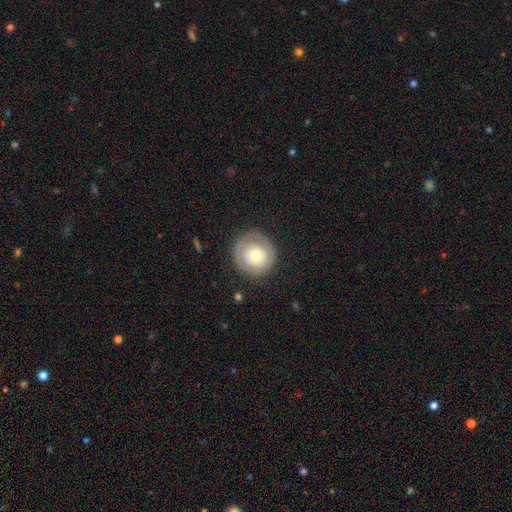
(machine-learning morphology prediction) Smooth or featured: smooth — 50% (featured or disk — 44%)
Merging: none — 81% (minor disturbance — 12%)